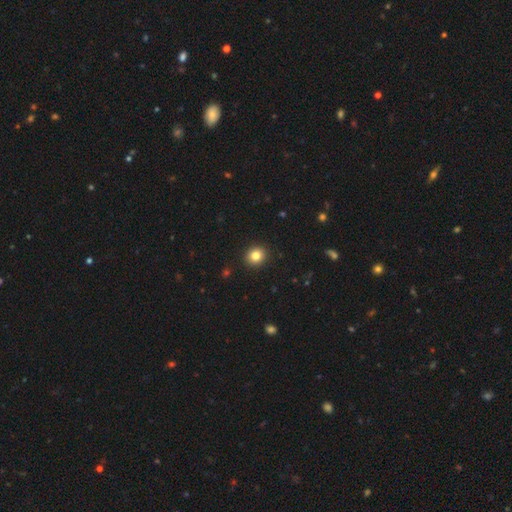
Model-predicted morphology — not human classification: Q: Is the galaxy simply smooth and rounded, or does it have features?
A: smooth — 83%.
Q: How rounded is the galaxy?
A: round — 86%.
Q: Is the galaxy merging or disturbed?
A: none — 92%.